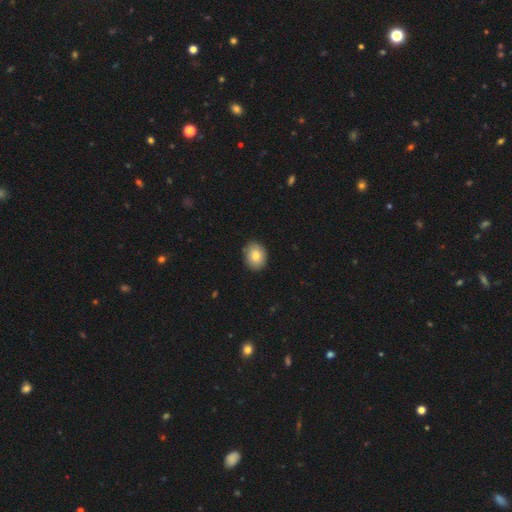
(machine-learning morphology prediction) smooth-or-featured: smooth: 82% | featured or disk: 10% | star or artifact: 8%
  how-rounded: in between: 52% | round: 47% | cigar-shaped: 1%
  merging: none: 87% | minor disturbance: 10% | major disturbance: 2% | merger: 1%